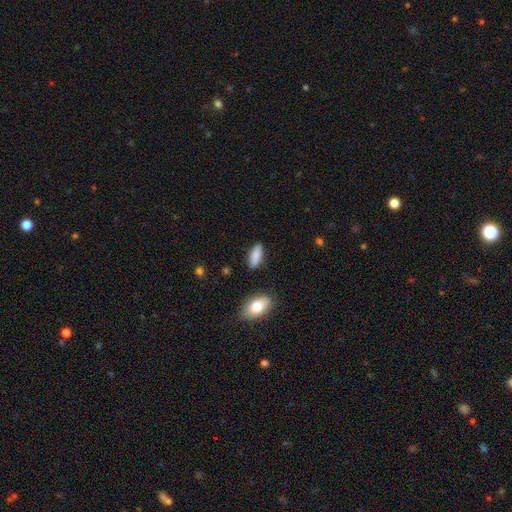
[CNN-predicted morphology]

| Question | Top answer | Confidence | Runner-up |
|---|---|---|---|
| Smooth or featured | smooth | 86% | featured or disk (7%) |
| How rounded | in between | 79% | cigar-shaped (19%) |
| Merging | none | 84% | minor disturbance (11%) |